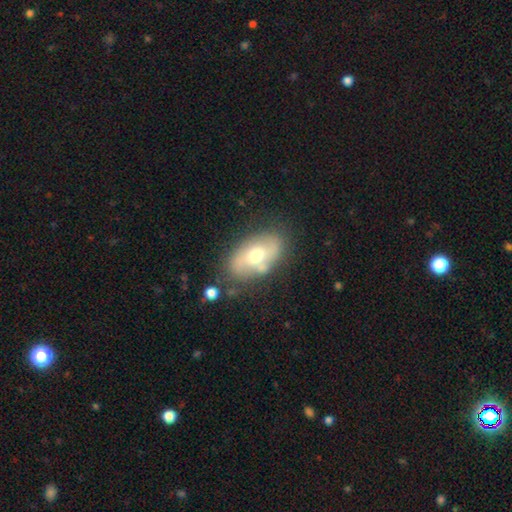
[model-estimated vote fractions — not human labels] Smooth or featured?
  - smooth: 47% *
  - featured or disk: 46%
  - star or artifact: 7%
Merging?
  - none: 67% *
  - minor disturbance: 19%
  - merger: 7%
  - major disturbance: 7%